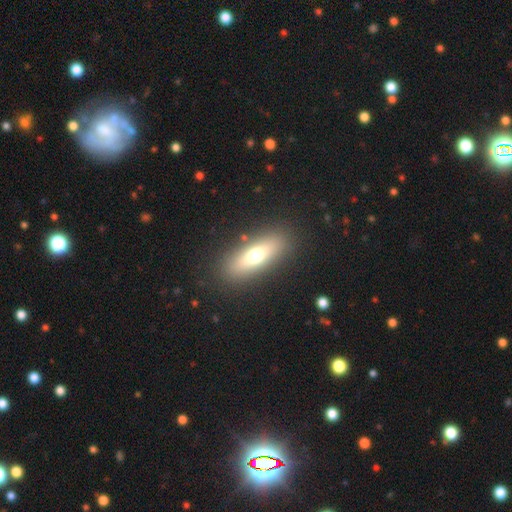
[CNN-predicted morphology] A smooth galaxy with no disk features (63%) that is in between round and cigar-shaped (57%). Merging: none (87%).